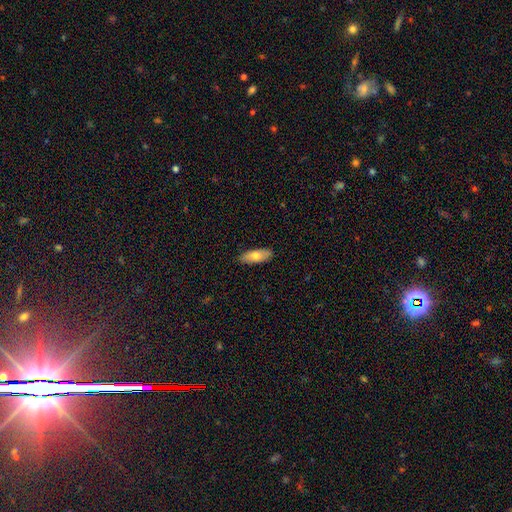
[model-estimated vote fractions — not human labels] Q: Smooth or featured?
A: smooth (73%); runner-up: featured or disk (21%)
Q: How rounded?
A: in between (74%); runner-up: cigar-shaped (24%)
Q: Merging?
A: none (88%); runner-up: minor disturbance (9%)